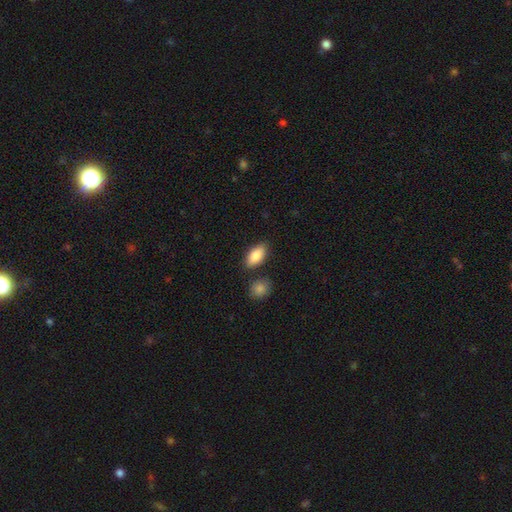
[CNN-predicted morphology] smooth 86%, featured or disk 8%, star or artifact 6%. Down the decision tree: how rounded — in between (90%); merging — none (81%).